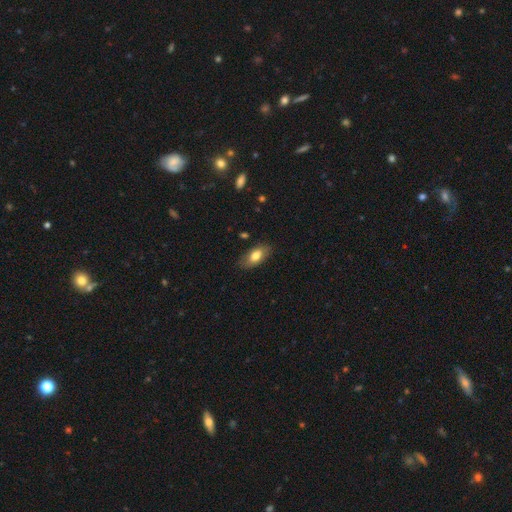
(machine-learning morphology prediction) Smooth or featured: smooth — 76% (featured or disk — 17%)
How rounded: in between — 89% (cigar-shaped — 6%)
Merging: none — 82% (minor disturbance — 14%)